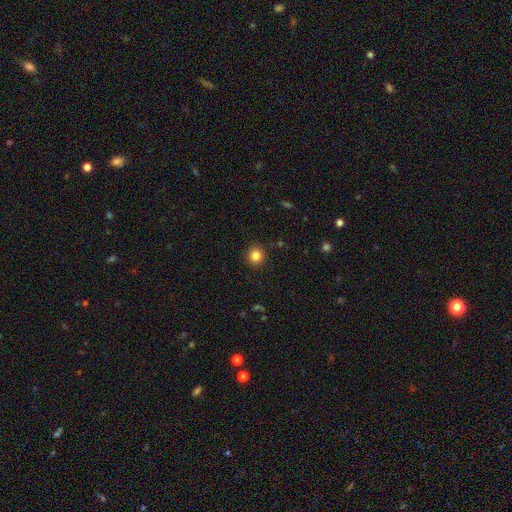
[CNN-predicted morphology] This is clearly a smooth galaxy (84%). How rounded: clearly round (92%). Merging: clearly none (91%).